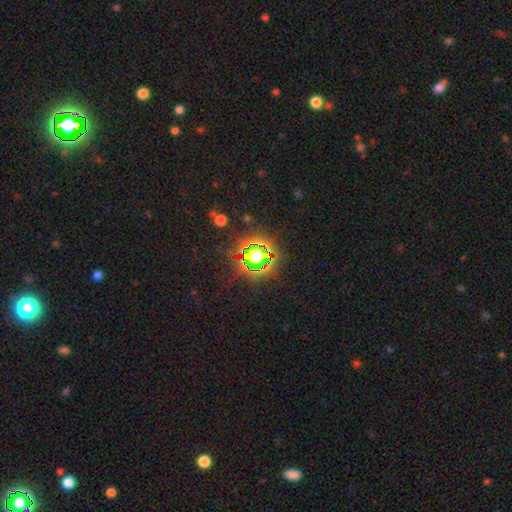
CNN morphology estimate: A star or artifact, not a galaxy (69%).

Vote fractions:
- Smooth or featured? star or artifact: 69% / smooth: 21% / featured or disk: 10%